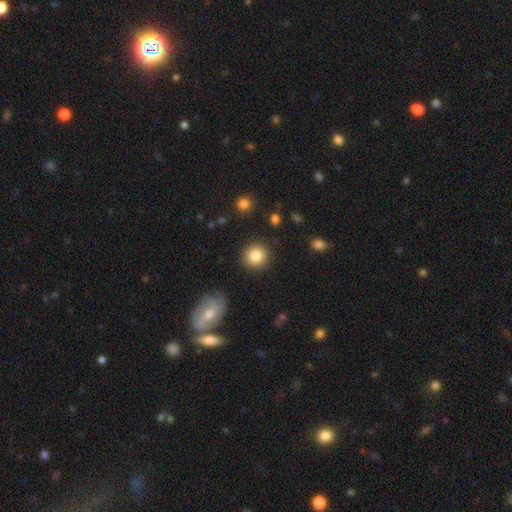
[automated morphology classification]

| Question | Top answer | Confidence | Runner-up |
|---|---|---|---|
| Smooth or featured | smooth | 85% | star or artifact (9%) |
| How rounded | round | 92% | in between (7%) |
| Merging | none | 89% | minor disturbance (6%) |